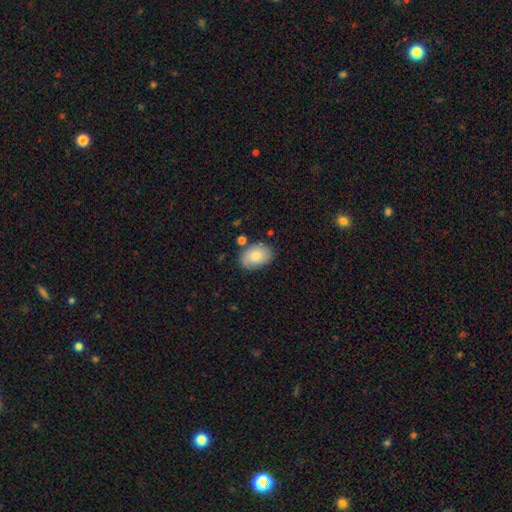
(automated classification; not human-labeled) smooth-or-featured: smooth: 74% | featured or disk: 19% | star or artifact: 7%
  how-rounded: in between: 80% | round: 19% | cigar-shaped: 1%
  merging: none: 70% | minor disturbance: 21% | merger: 5% | major disturbance: 5%